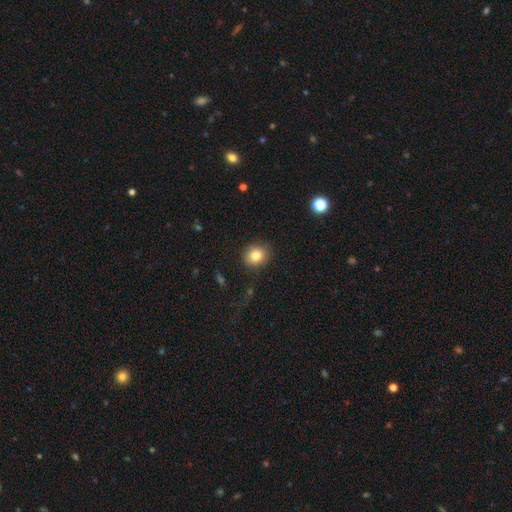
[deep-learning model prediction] A smooth galaxy with no disk features (82%) that is round (76%). Merging: none (86%).